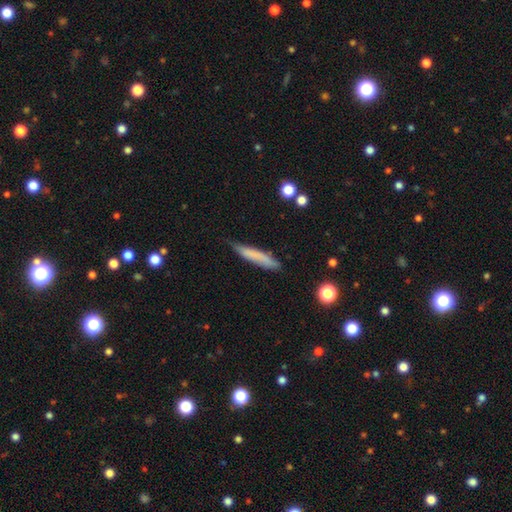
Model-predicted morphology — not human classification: Smooth or featured?
  - smooth: 73% *
  - featured or disk: 20%
  - star or artifact: 7%
How rounded?
  - cigar-shaped: 89% *
  - in between: 9%
  - round: 2%
Merging?
  - none: 70% *
  - minor disturbance: 24%
  - major disturbance: 4%
  - merger: 2%